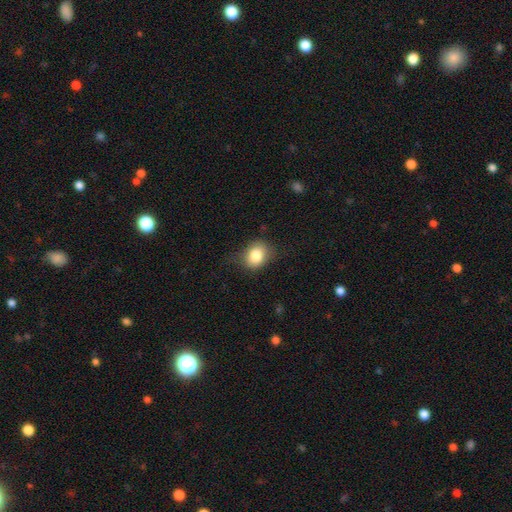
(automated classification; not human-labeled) A smooth galaxy with no disk features (82%) that is round (53%). Merging: none (74%).